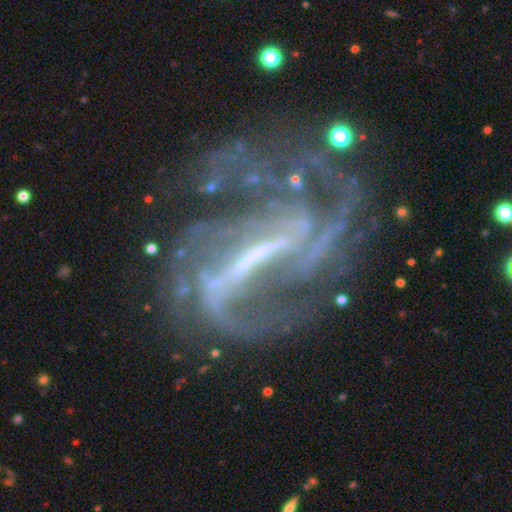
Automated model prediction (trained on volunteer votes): smooth-or-featured: featured or disk: 87% | star or artifact: 9% | smooth: 5%
  disk-edge-on: no: 95% | yes: 5%
    bar: strong: 71% | weak: 21% | no: 8%
    has-spiral-arms: yes: 92% | no: 8%
      spiral-winding: medium: 44% | tight: 31% | loose: 25%
      spiral-arm-count: 2: 29% | can't tell: 27% | 3: 18% | 4: 11% | 1: 8% | more than 4: 7%
    bulge-size: small: 40% | none: 37% | moderate: 18% | large: 3% | dominant: 1%
  merging: none: 50% | major disturbance: 27% | minor disturbance: 19% | merger: 4%